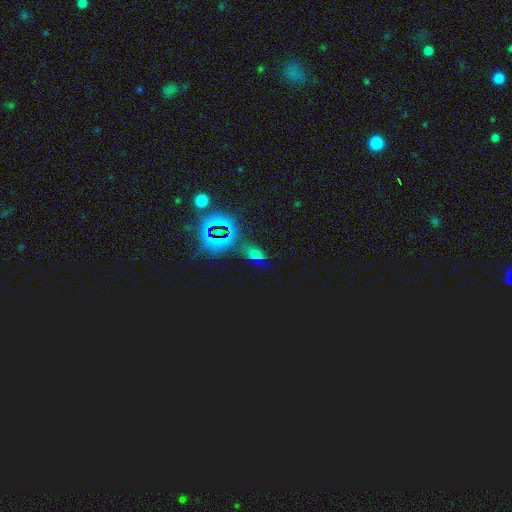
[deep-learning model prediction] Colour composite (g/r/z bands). It shows a star or artifact, not a galaxy (53%).